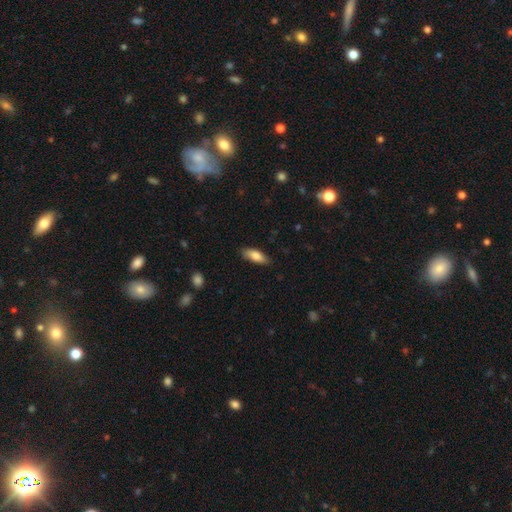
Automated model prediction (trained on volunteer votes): Smooth or featured?
  - smooth: 80% *
  - featured or disk: 14%
  - star or artifact: 6%
How rounded?
  - in between: 70% *
  - cigar-shaped: 28%
  - round: 2%
Merging?
  - none: 83% *
  - minor disturbance: 13%
  - major disturbance: 2%
  - merger: 1%